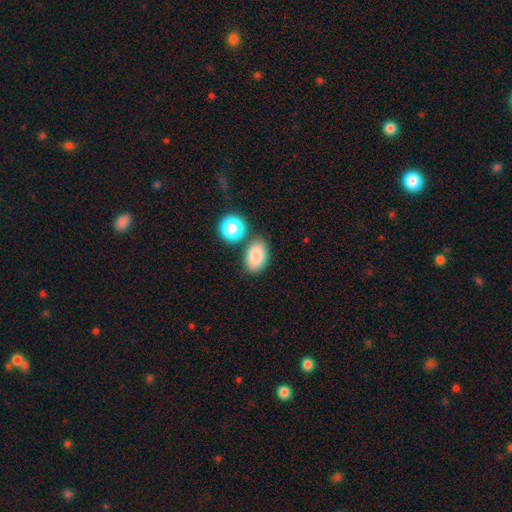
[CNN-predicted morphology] smooth 86%, star or artifact 8%, featured or disk 6%. Down the decision tree: how rounded — in between (88%); merging — none (71%).